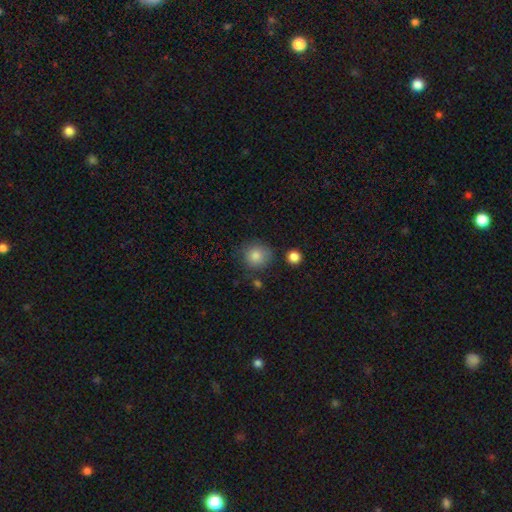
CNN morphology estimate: Smooth or featured: smooth — 84% (star or artifact — 10%)
How rounded: round — 90% (in between — 9%)
Merging: none — 77% (minor disturbance — 14%)